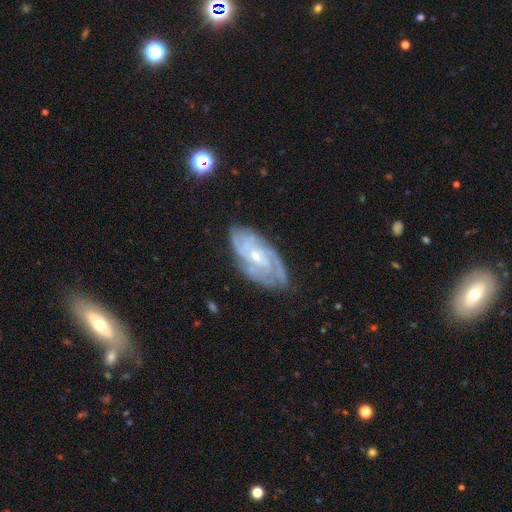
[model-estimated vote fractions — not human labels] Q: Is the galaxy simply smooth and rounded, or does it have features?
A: featured or disk — 84%.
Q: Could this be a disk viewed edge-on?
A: no — 94%.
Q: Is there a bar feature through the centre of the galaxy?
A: no — 59%.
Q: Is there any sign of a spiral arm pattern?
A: yes — 96%.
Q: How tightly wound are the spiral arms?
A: tight — 64%.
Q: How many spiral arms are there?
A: can't tell — 32%.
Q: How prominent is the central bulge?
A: small — 71%.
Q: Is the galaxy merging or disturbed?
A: none — 76%.